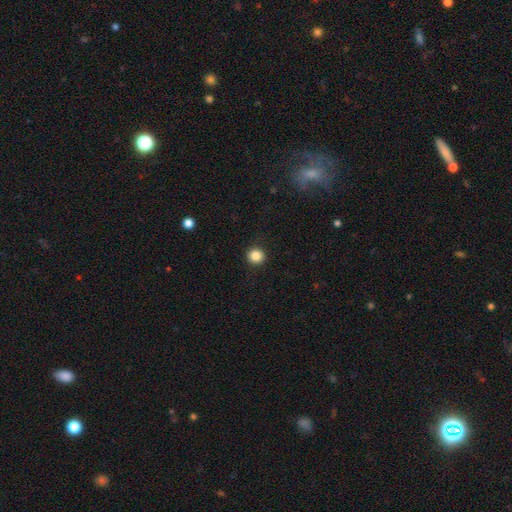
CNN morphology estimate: This appears to be a smooth galaxy with no disk features (85%) that is round (93%). Merging: none (92%).